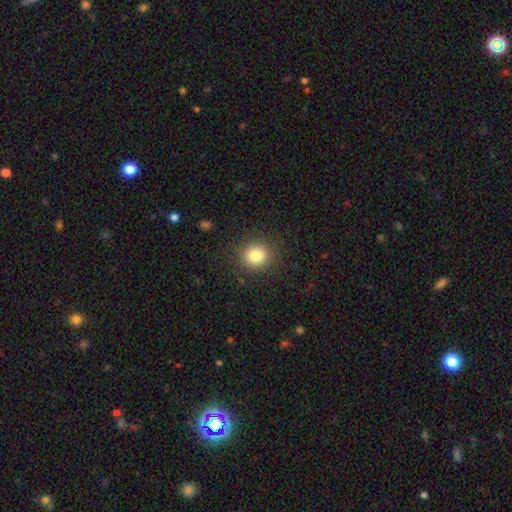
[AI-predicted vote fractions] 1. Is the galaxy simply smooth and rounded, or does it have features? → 82% smooth, 12% star or artifact, 6% featured or disk.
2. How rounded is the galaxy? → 86% round, 13% in between, 1% cigar-shaped.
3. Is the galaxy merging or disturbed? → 88% none, 8% minor disturbance, 3% major disturbance, 1% merger.